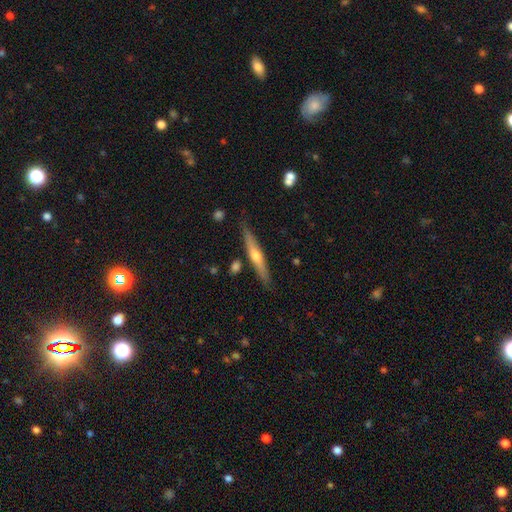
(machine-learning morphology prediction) Smooth or featured: featured or disk — 63% (smooth — 31%)
Edge-on disk: yes — 96% (no — 4%)
Edge-on bulge: rounded — 85% (none — 11%)
Merging: none — 85% (minor disturbance — 10%)